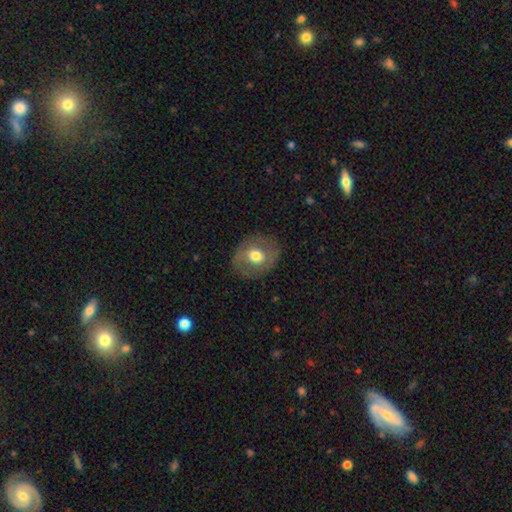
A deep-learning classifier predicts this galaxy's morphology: A smooth galaxy with no disk features (59%) that is round (64%).

Vote fractions:
- Smooth or featured? smooth: 59% / featured or disk: 34% / star or artifact: 8%
- How rounded? round: 64% / in between: 35% / cigar-shaped: 1%
- Merging? none: 81% / minor disturbance: 13% / major disturbance: 5% / merger: 1%